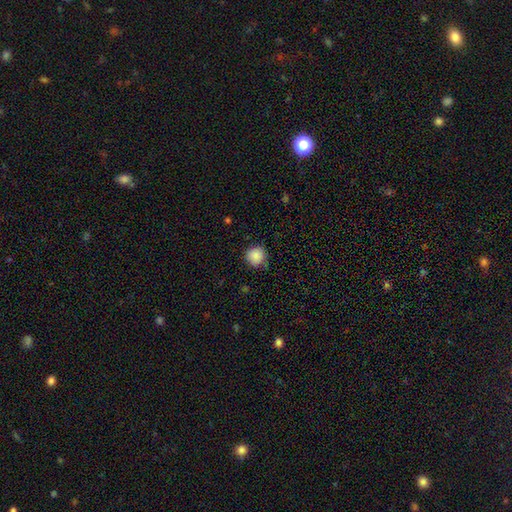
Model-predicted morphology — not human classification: Smooth or featured? smooth (87%)
How rounded? round (93%)
Merging? none (82%)